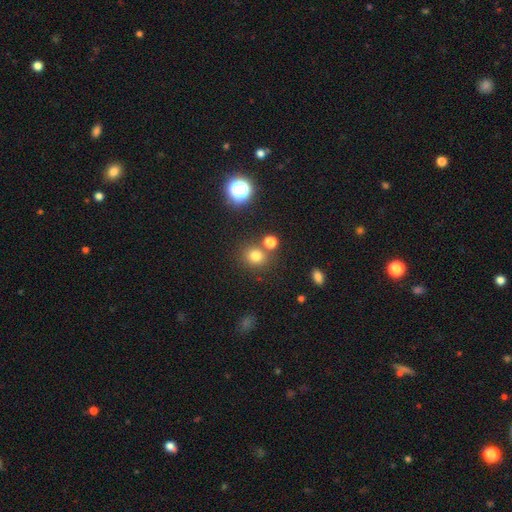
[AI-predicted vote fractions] This is likely a smooth galaxy (75%). How rounded: likely round (79%). Merging: likely none (72%).